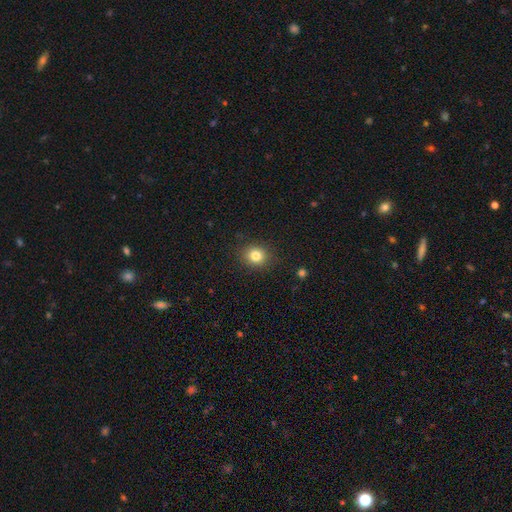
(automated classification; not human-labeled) The model was most divided on "how rounded": round: 78%, in between: 21%, cigar-shaped: 1%. More confident: merging — none (89%); smooth or featured — smooth (81%).